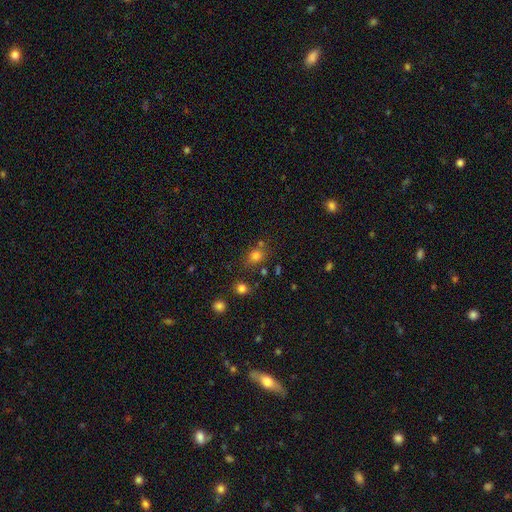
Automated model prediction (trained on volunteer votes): smooth-or-featured: smooth: 76% | star or artifact: 16% | featured or disk: 8%
  how-rounded: round: 56% | in between: 42% | cigar-shaped: 1%
  merging: none: 66% | minor disturbance: 16% | merger: 13% | major disturbance: 6%